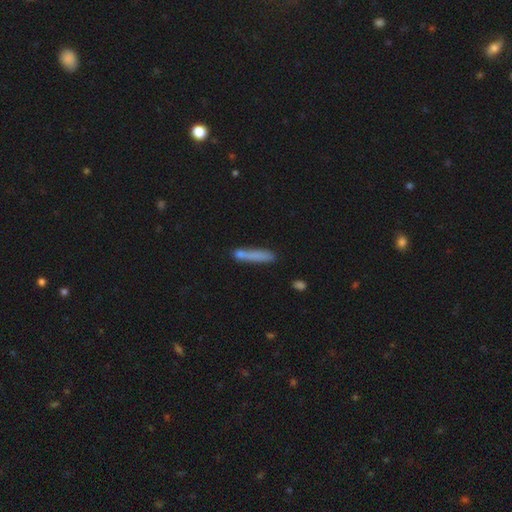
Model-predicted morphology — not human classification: Q: Smooth or featured?
A: smooth (74%); runner-up: featured or disk (18%)
Q: How rounded?
A: cigar-shaped (91%); runner-up: in between (8%)
Q: Merging?
A: none (64%); runner-up: minor disturbance (18%)